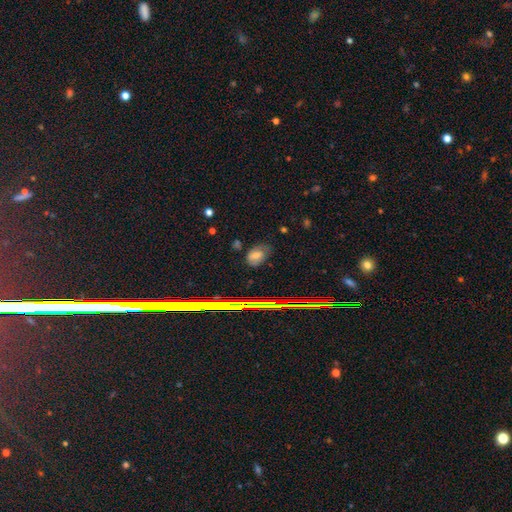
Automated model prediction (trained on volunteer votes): This is likely a smooth galaxy (62%). How rounded: clearly in between (81%). Merging: possibly none (59%).